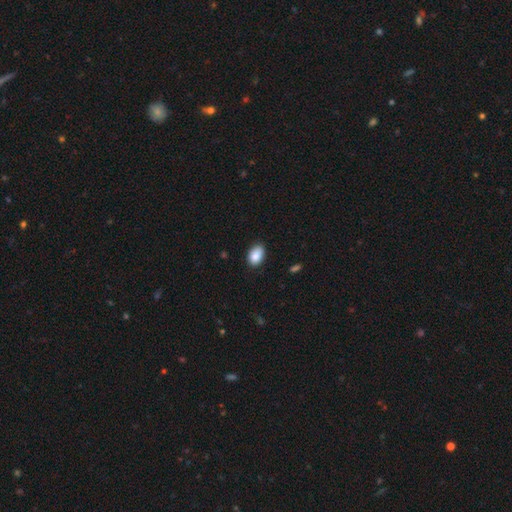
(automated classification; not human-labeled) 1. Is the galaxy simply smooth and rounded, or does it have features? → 87% smooth, 7% star or artifact, 6% featured or disk.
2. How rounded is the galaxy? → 87% in between, 12% round, 1% cigar-shaped.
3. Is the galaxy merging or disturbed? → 80% none, 17% minor disturbance, 3% major disturbance, 1% merger.